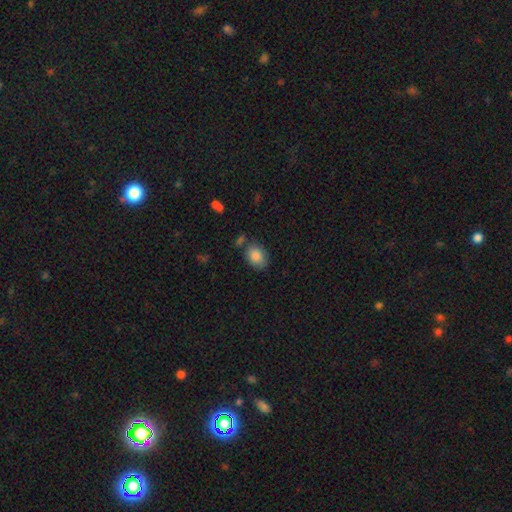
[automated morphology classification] Q: Smooth or featured?
A: smooth (86%); runner-up: star or artifact (7%)
Q: How rounded?
A: in between (74%); runner-up: round (25%)
Q: Merging?
A: none (69%); runner-up: minor disturbance (18%)